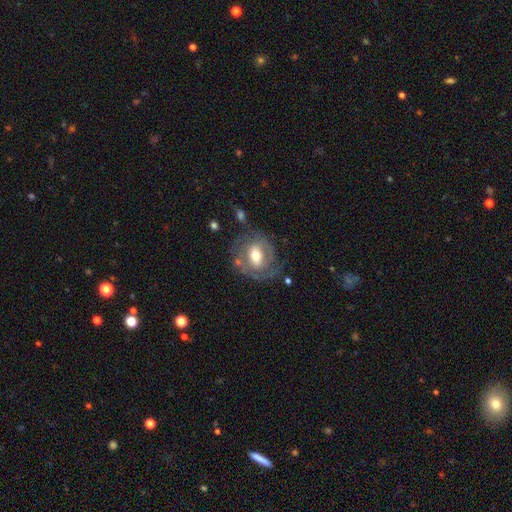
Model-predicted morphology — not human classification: smooth-or-featured: featured or disk: 60% | smooth: 34% | star or artifact: 7%
  disk-edge-on: no: 94% | yes: 6%
    bar: weak: 41% | no: 35% | strong: 25%
    has-spiral-arms: yes: 57% | no: 43%
    bulge-size: moderate: 71% | large: 14% | small: 13% | dominant: 1% | none: 1%
  merging: none: 62% | minor disturbance: 20% | major disturbance: 13% | merger: 4%